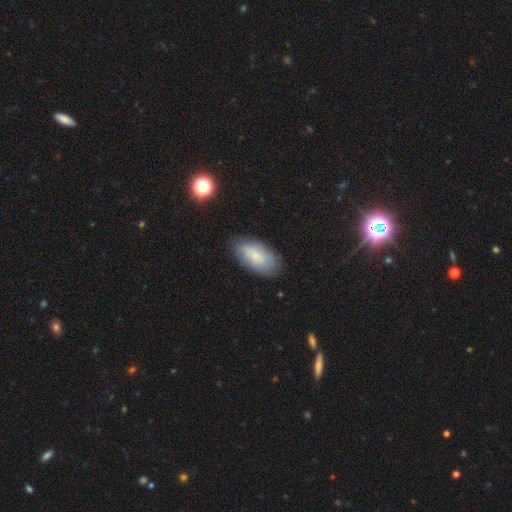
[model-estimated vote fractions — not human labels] This is likely a smooth galaxy (72%). How rounded: clearly in between (93%). Merging: likely none (80%).